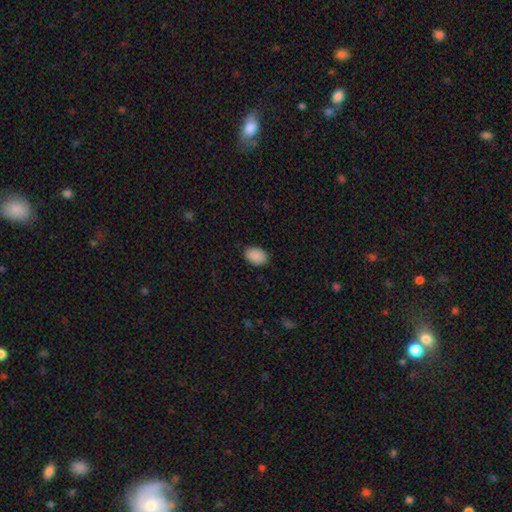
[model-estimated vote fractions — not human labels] Smooth or featured? Predicted: smooth (p=0.90). How rounded? Predicted: in between (p=0.86). Merging? Predicted: none (p=0.87).